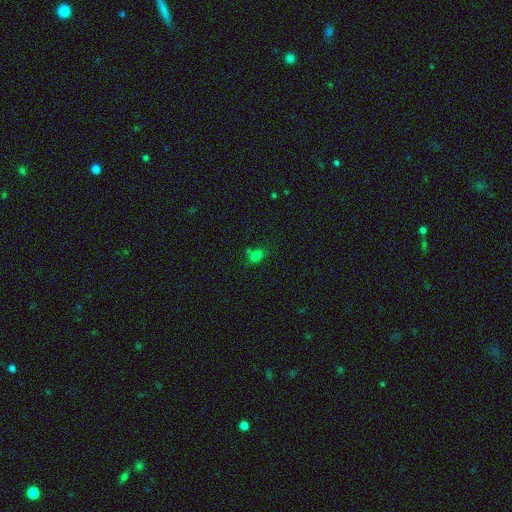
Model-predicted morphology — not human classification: Smooth or featured?
  - smooth: 65% *
  - star or artifact: 27%
  - featured or disk: 8%
How rounded?
  - in between: 70% *
  - round: 27%
  - cigar-shaped: 3%
Merging?
  - none: 58% *
  - minor disturbance: 18%
  - merger: 17%
  - major disturbance: 8%